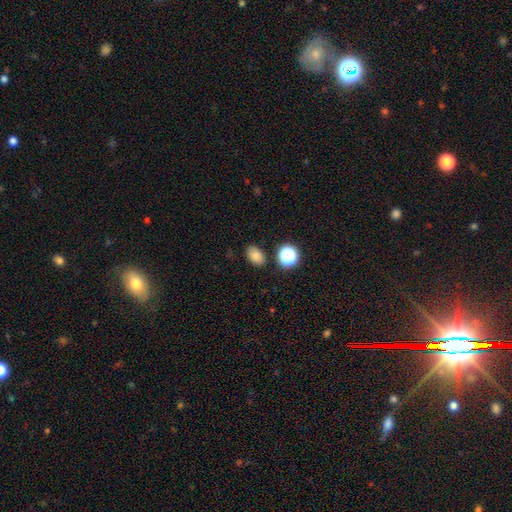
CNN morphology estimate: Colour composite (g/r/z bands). It shows a smooth galaxy with no disk features (80%) that is in between round and cigar-shaped (81%). Merging: none (84%).